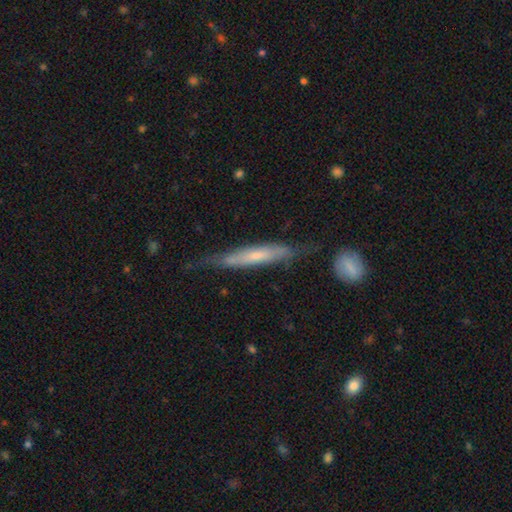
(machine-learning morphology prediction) type=featured or disk (55%); edge-on=yes (82%); merging=none (60%).